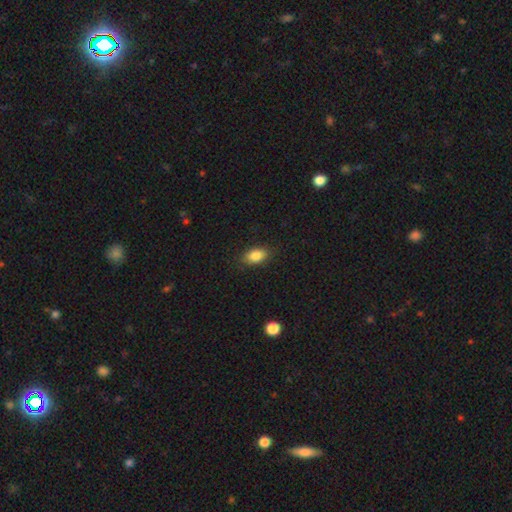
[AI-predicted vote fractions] Smooth or featured? smooth (86%)
How rounded? in between (89%)
Merging? none (85%)